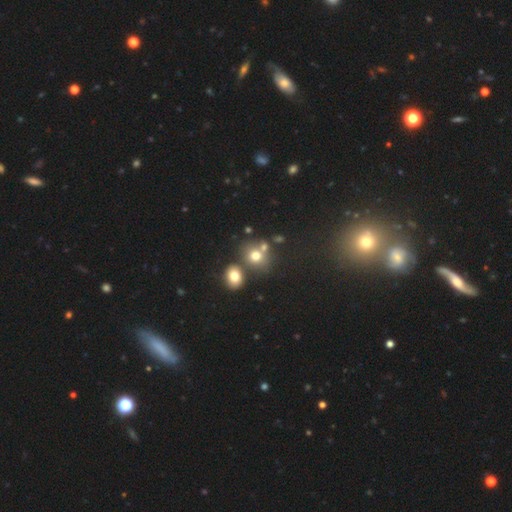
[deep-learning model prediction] smooth-or-featured: smooth: 71% | star or artifact: 15% | featured or disk: 15%
  how-rounded: round: 69% | in between: 30% | cigar-shaped: 1%
  merging: none: 51% | merger: 34% | minor disturbance: 10% | major disturbance: 5%